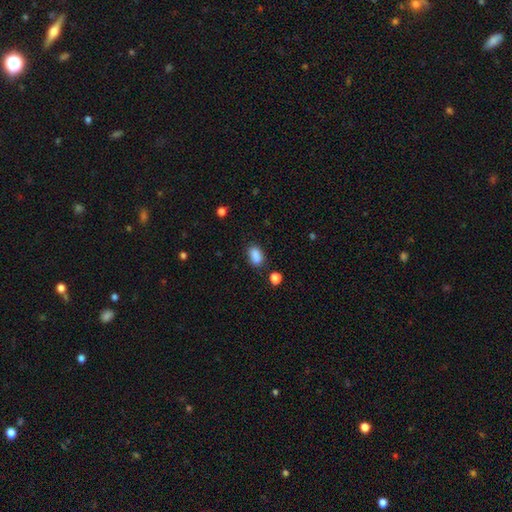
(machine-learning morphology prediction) smooth_or_featured: smooth (p=0.87) [alt: star or artifact p=0.10]
how_rounded: in between (p=0.85) [alt: round p=0.13]
merging: none (p=0.79) [alt: minor disturbance p=0.14]